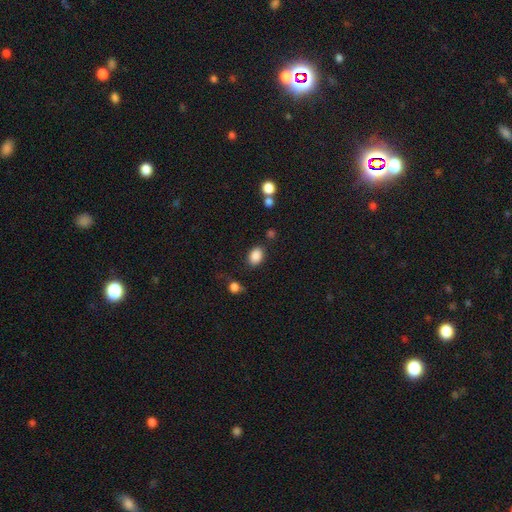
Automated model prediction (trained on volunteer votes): Smooth or featured? Predicted: smooth (p=0.87). How rounded? Predicted: in between (p=0.77). Merging? Predicted: none (p=0.79).